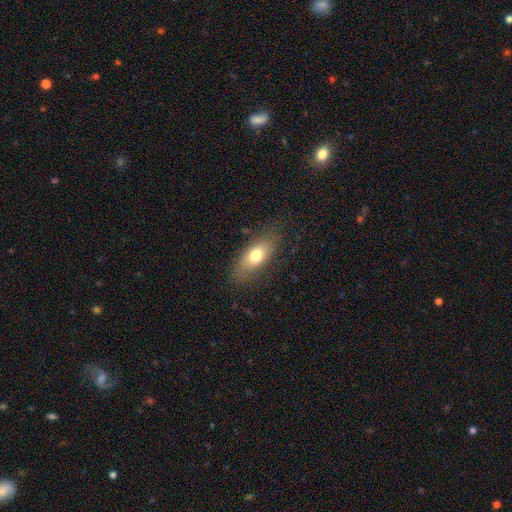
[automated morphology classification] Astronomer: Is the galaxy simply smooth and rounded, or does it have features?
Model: smooth — 71%.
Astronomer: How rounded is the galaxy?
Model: in between — 81%.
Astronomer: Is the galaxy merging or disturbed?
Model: none — 76%.